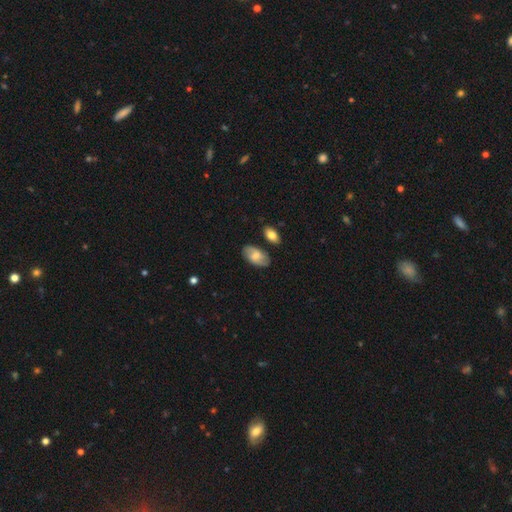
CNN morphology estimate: Overall: smooth (60%; featured or disk 33%). How rounded: in between (93%). Merging: none (76%).